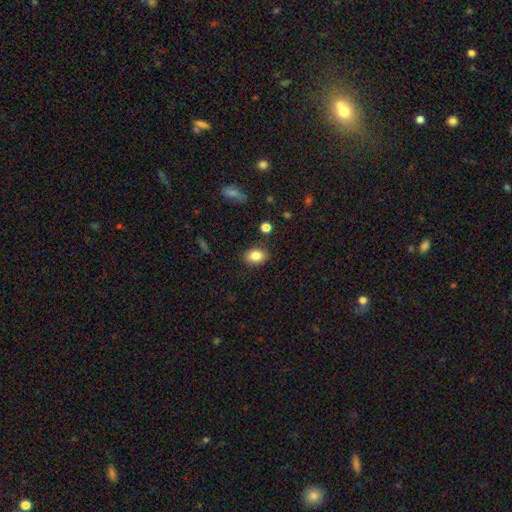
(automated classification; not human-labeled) smooth_or_featured: smooth (p=0.84) [alt: star or artifact p=0.09]
how_rounded: in between (p=0.72) [alt: round p=0.27]
merging: none (p=0.85) [alt: minor disturbance p=0.10]